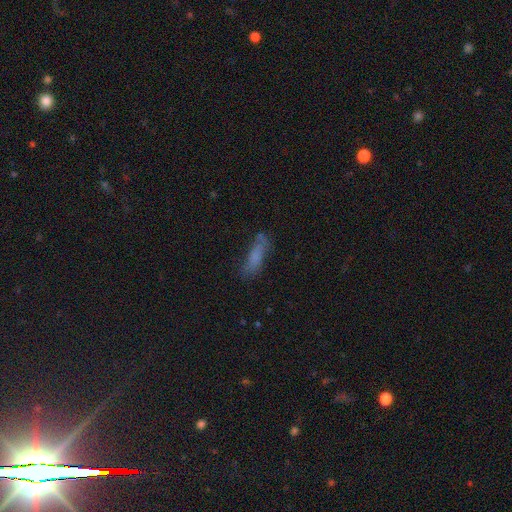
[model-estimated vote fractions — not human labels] Smooth or featured?
  - smooth: 69% *
  - featured or disk: 19%
  - star or artifact: 11%
How rounded?
  - cigar-shaped: 61% *
  - in between: 37%
  - round: 2%
Merging?
  - none: 61% *
  - minor disturbance: 24%
  - major disturbance: 10%
  - merger: 5%